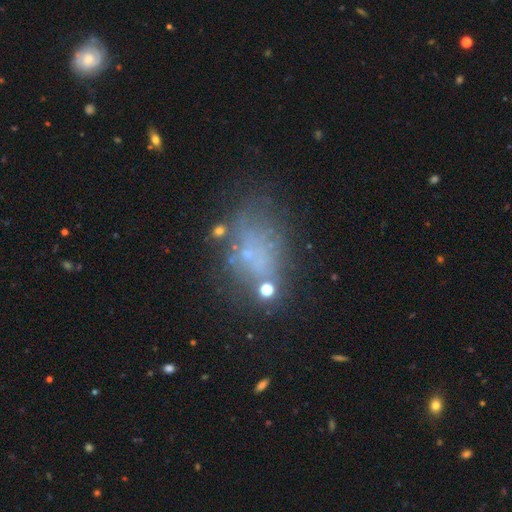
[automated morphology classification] This appears to be a smooth galaxy with no disk features (39%). Merging: none (55%).